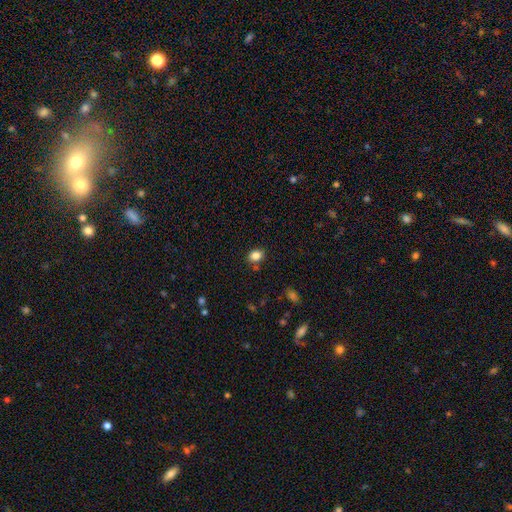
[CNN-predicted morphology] Smooth or featured? smooth (85%)
How rounded? in between (58%)
Merging? none (80%)